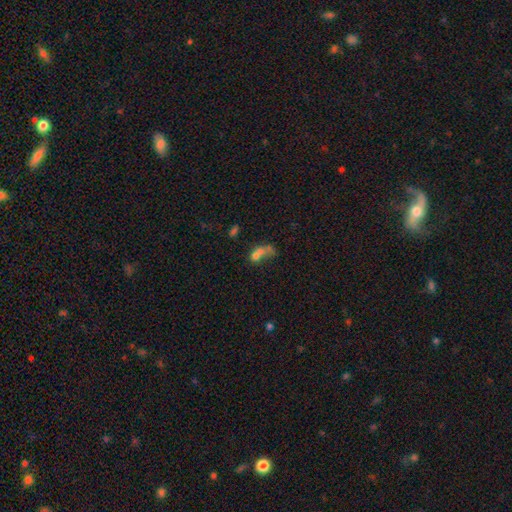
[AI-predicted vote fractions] Smooth or featured?
  - smooth: 48% *
  - star or artifact: 27%
  - featured or disk: 25%
Merging?
  - merger: 46% *
  - none: 28%
  - major disturbance: 16%
  - minor disturbance: 10%